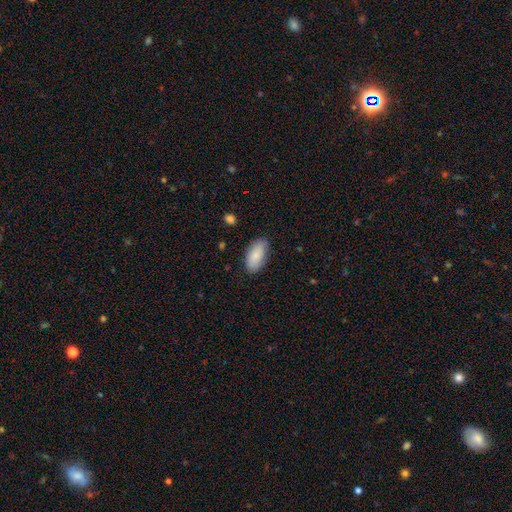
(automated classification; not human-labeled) This appears to be a smooth galaxy with no disk features (86%) that is in between round and cigar-shaped (92%). Merging: none (79%).